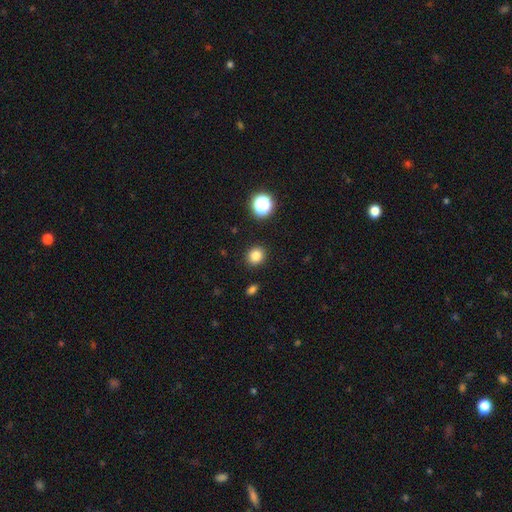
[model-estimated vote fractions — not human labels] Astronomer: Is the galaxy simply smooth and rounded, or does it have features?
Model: smooth — 82%.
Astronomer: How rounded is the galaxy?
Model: round — 79%.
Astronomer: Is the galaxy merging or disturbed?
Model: none — 90%.